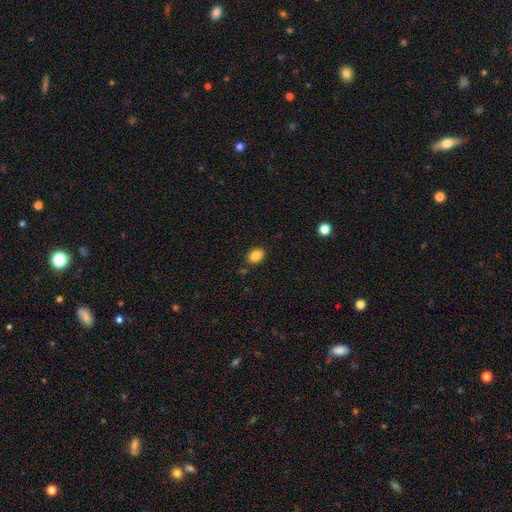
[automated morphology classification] type=smooth (86%); roundness=in between (68%); merging=none (85%).